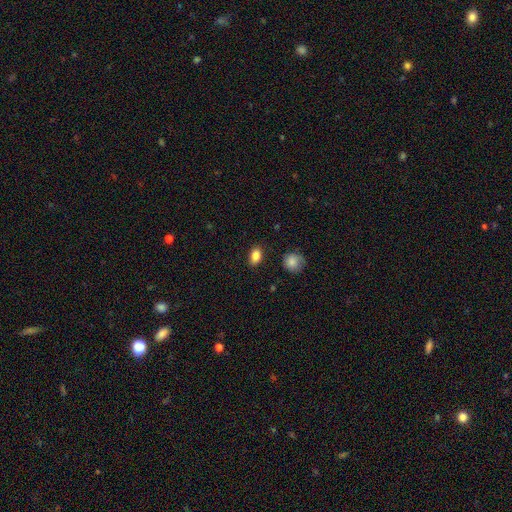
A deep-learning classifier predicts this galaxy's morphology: A smooth galaxy with no disk features (85%) that is in between round and cigar-shaped (82%). Merging: none (86%).